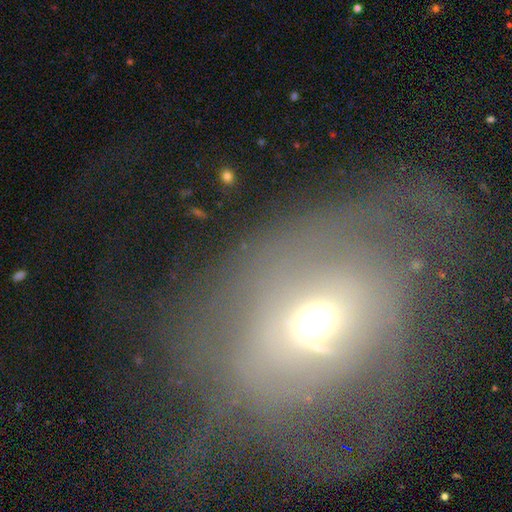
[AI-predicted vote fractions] Morphology: type=featured or disk (48%); merging=major disturbance (49%).